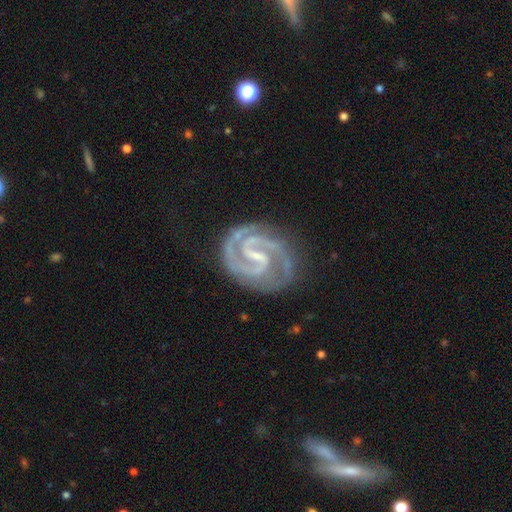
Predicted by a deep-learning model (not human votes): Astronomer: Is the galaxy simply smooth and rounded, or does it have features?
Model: featured or disk — 93%.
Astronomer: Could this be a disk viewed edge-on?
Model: no — 98%.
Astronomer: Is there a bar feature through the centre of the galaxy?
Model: weak — 45% (runner-up: strong, 43%).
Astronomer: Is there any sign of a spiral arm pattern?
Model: yes — 99%.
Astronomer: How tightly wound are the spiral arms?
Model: tight — 54% (runner-up: medium, 42%).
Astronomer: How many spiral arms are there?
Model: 2 — 88%.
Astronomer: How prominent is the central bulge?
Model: small — 58%.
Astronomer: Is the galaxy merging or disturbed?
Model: none — 77%.